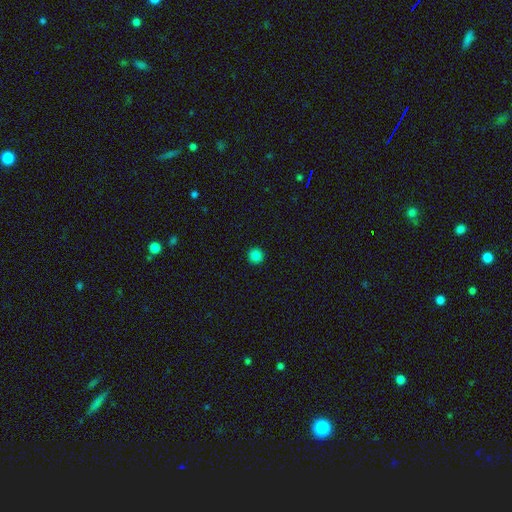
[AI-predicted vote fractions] smooth_or_featured: smooth (p=0.85) [alt: star or artifact p=0.12]
how_rounded: round (p=0.95) [alt: in between p=0.04]
merging: none (p=0.94) [alt: minor disturbance p=0.04]